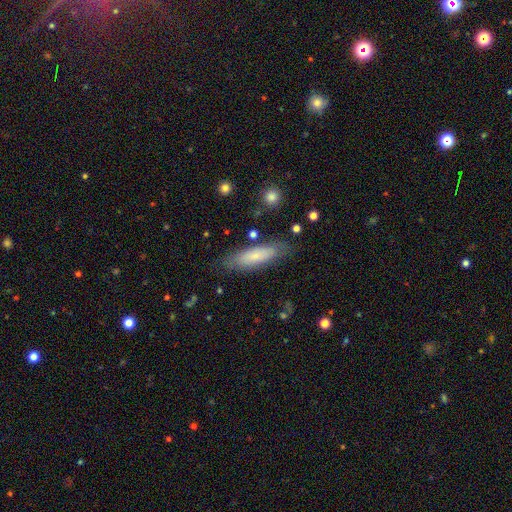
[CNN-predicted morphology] Overall: smooth (66%; featured or disk 27%). How rounded: cigar-shaped (58%; in between 41%). Merging: none (78%).